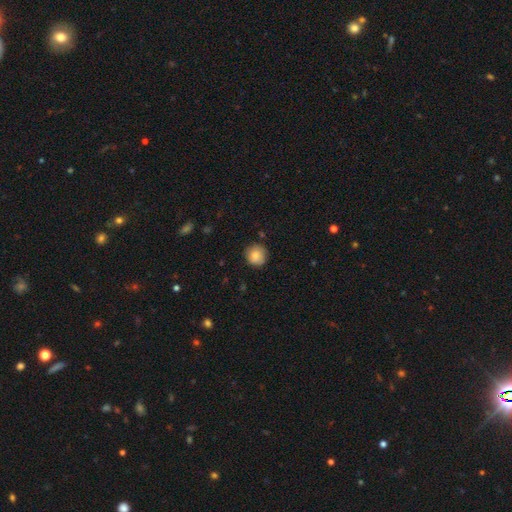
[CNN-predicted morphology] The model was most divided on "merging": none: 84%, minor disturbance: 12%, major disturbance: 2%, merger: 1%. More confident: how rounded — round (92%); smooth or featured — smooth (84%).